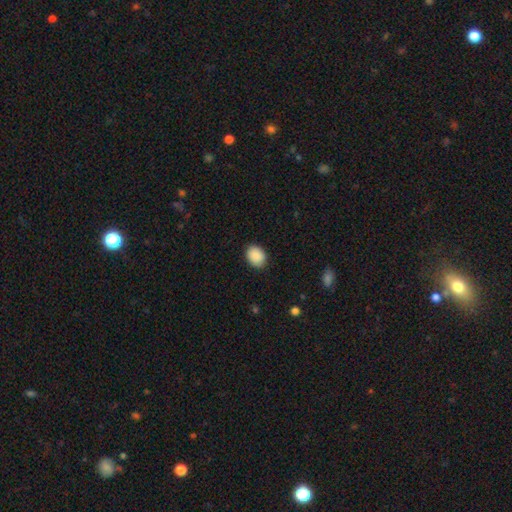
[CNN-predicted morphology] Smooth or featured?
  - smooth: 90% *
  - star or artifact: 7%
  - featured or disk: 3%
How rounded?
  - in between: 56% *
  - round: 43%
  - cigar-shaped: 1%
Merging?
  - none: 87% *
  - minor disturbance: 10%
  - major disturbance: 2%
  - merger: 1%